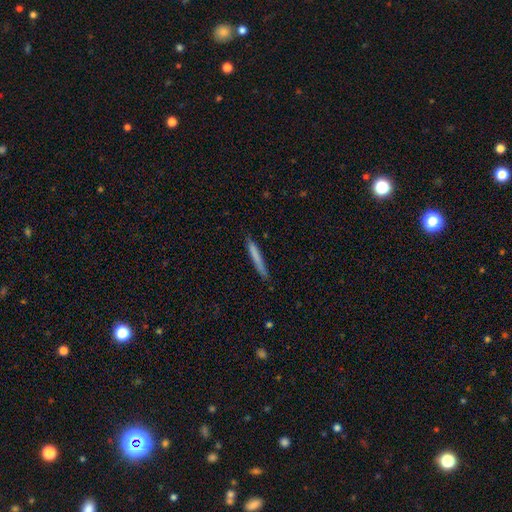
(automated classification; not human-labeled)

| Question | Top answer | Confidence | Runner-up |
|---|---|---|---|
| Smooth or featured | smooth | 74% | featured or disk (20%) |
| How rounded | cigar-shaped | 96% | in between (3%) |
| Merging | none | 83% | minor disturbance (13%) |